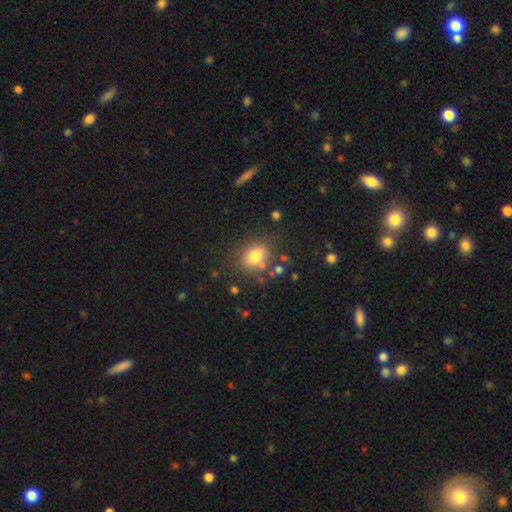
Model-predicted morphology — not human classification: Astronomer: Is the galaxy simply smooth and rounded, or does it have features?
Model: smooth — 77%.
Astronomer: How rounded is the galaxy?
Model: in between — 55% (runner-up: round, 44%).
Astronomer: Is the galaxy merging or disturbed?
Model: none — 70%.